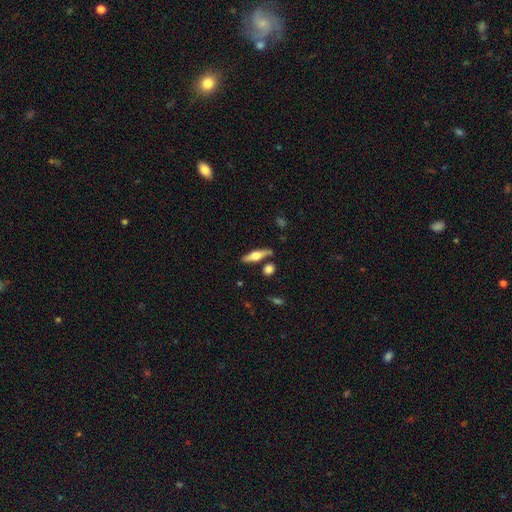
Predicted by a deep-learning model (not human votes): featured or disk 60%, smooth 34%, star or artifact 6%. Down the decision tree: edge-on disk — yes (95%); edge-on bulge — rounded (93%); merging — none (80%).